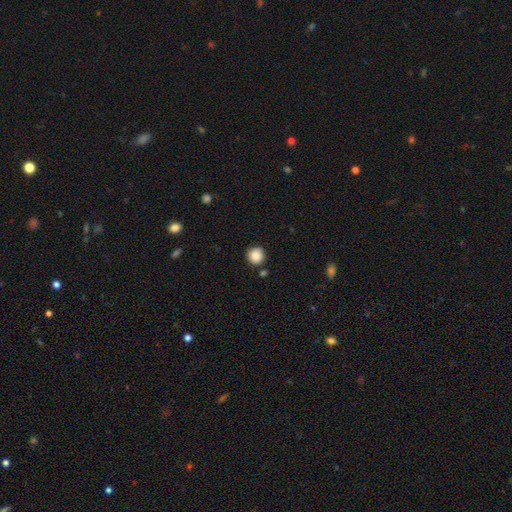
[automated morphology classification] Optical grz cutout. It shows a smooth galaxy with no disk features (85%) that is round (94%). Merging: none (88%).